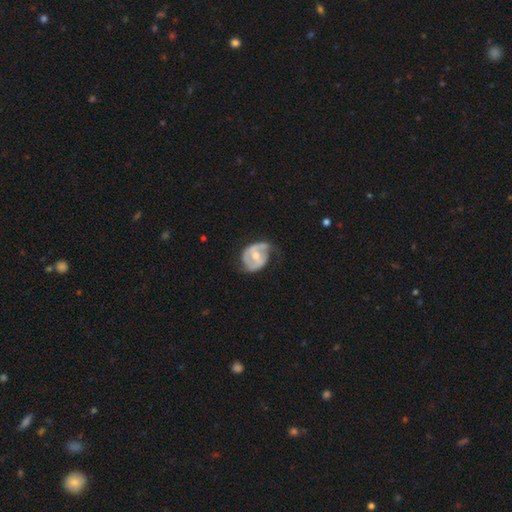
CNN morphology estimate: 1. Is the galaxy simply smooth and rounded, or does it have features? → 72% featured or disk, 24% smooth, 5% star or artifact.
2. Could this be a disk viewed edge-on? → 97% no, 3% yes.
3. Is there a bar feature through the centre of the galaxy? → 41% weak (tied), 41% no (tied), 18% strong.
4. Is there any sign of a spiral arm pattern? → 74% yes, 26% no.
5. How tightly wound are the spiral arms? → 39% medium, 35% tight, 26% loose.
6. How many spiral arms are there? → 56% 2, 23% 1, 15% can't tell, 3% 3, 1% 4, 1% more than 4.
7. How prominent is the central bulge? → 63% moderate, 33% small, 2% large, 1% none, 1% dominant.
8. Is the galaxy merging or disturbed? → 39% none, 35% minor disturbance, 24% major disturbance, 2% merger.